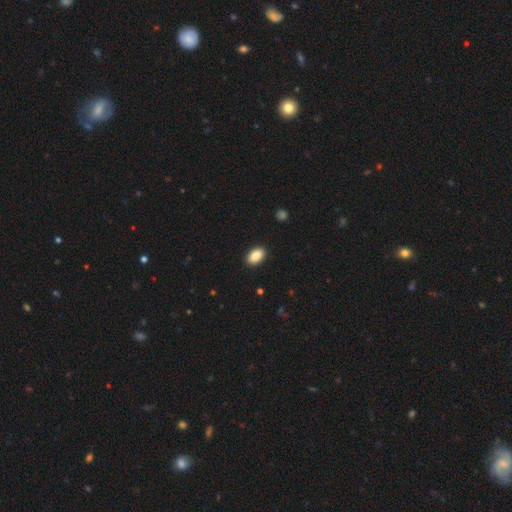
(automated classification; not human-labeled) This appears to be a smooth galaxy with no disk features (89%) that is in between round and cigar-shaped (92%). Merging: none (91%).